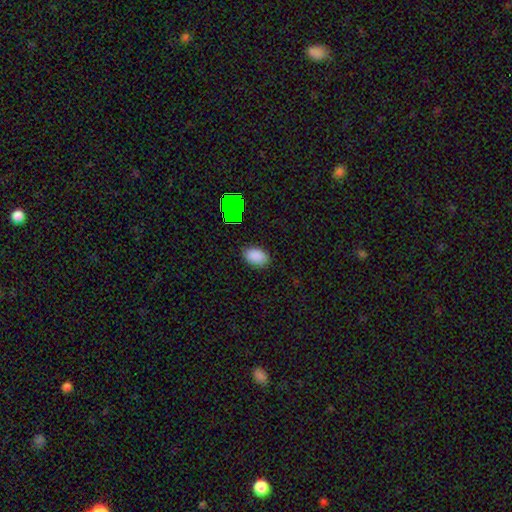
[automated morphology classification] type=smooth (83%); roundness=in between (91%); merging=none (86%).